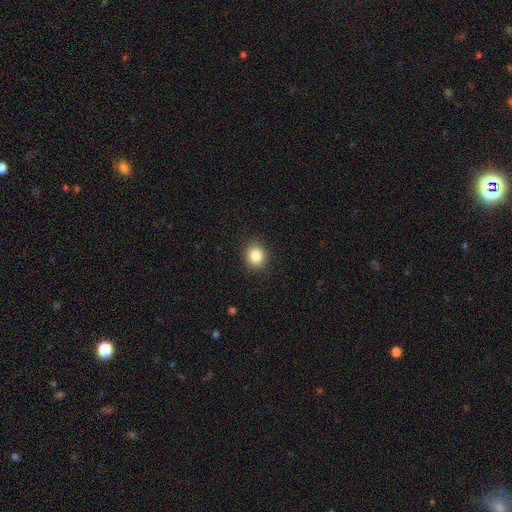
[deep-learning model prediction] A smooth galaxy with no disk features (84%) that is round (76%).

Vote fractions:
- Smooth or featured? smooth: 84% / star or artifact: 10% / featured or disk: 5%
- How rounded? round: 76% / in between: 23% / cigar-shaped: 1%
- Merging? none: 90% / minor disturbance: 7% / major disturbance: 2% / merger: 1%